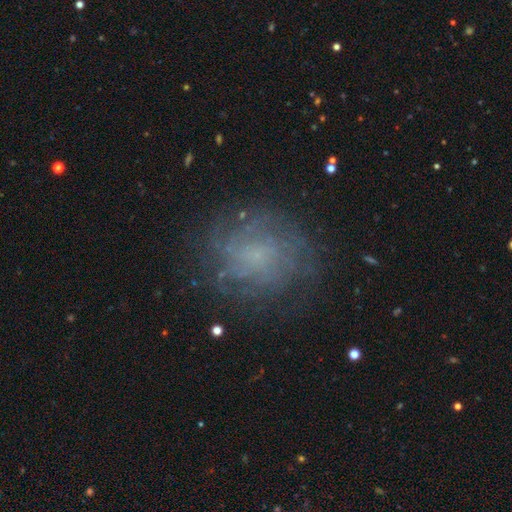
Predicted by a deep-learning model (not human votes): smooth-or-featured: featured or disk: 53% | smooth: 30% | star or artifact: 17%
  disk-edge-on: no: 97% | yes: 3%
    bar: no: 78% | weak: 19% | strong: 3%
    has-spiral-arms: yes: 70% | no: 30%
    bulge-size: small: 44% | none: 38% | moderate: 14% | large: 3% | dominant: 1%
  merging: none: 75% | minor disturbance: 14% | major disturbance: 9% | merger: 1%